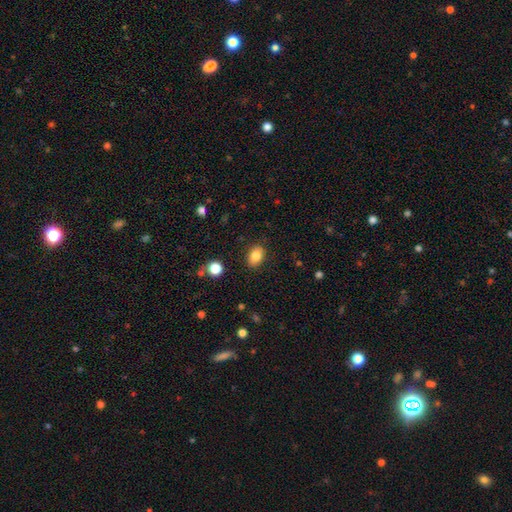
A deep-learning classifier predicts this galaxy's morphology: A smooth galaxy with no disk features (84%) that is in between round and cigar-shaped (82%). Merging: none (86%).